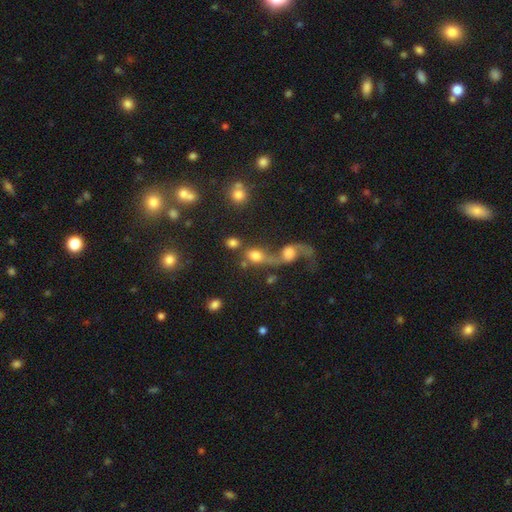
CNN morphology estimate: The model was most divided on "how rounded": round: 57%, in between: 40%, cigar-shaped: 4%. More confident: smooth or featured — smooth (62%); merging — merger (53%).